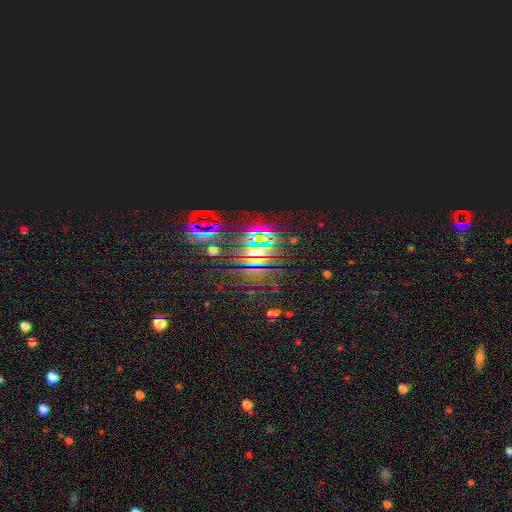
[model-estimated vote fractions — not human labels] Smooth or featured? Predicted: star or artifact (p=0.80).